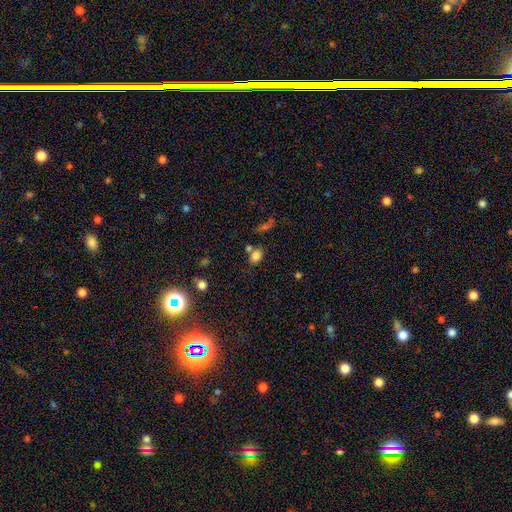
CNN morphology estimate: smooth-or-featured: smooth: 79% | star or artifact: 14% | featured or disk: 7%
  how-rounded: in between: 66% | round: 32% | cigar-shaped: 2%
  merging: none: 59% | merger: 20% | minor disturbance: 15% | major disturbance: 6%